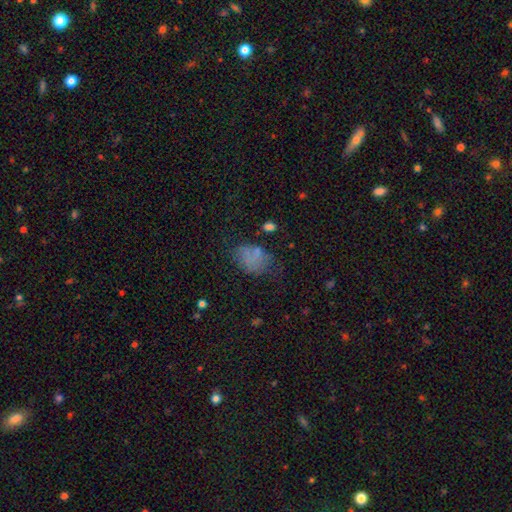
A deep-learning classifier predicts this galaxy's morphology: This appears to be a smooth galaxy with no disk features (64%) that is in between round and cigar-shaped (75%). Merging: none (47%).